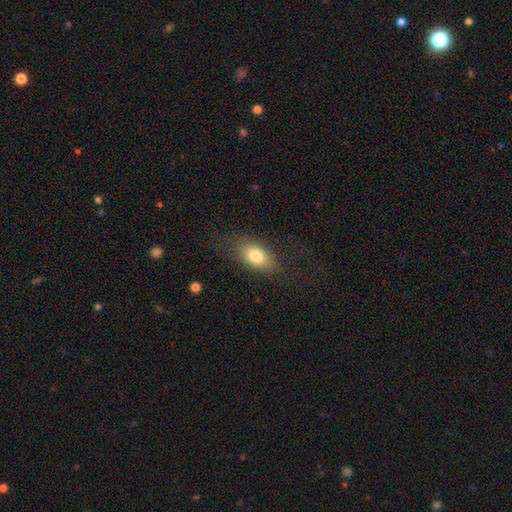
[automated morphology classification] smooth_or_featured: smooth (p=0.79) [alt: featured or disk p=0.13]
how_rounded: in between (p=0.87) [alt: round p=0.08]
merging: none (p=0.79) [alt: minor disturbance p=0.14]